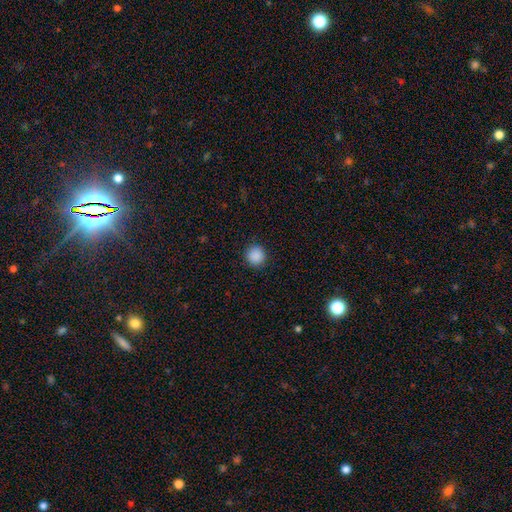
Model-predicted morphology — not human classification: A smooth galaxy with no disk features (89%) that is round (93%). Merging: none (91%).